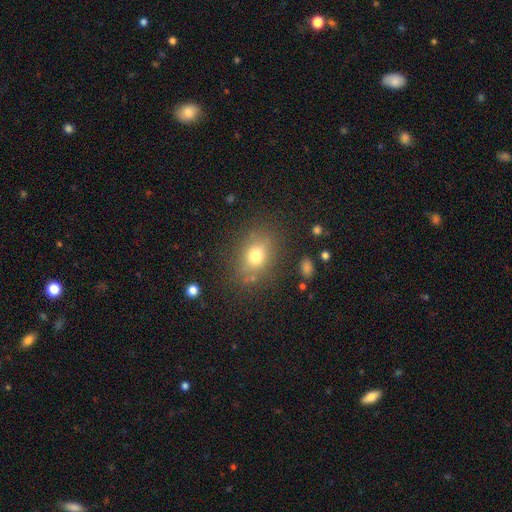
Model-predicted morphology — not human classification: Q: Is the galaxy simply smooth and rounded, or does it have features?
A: smooth — 74%.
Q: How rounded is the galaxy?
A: in between — 56%.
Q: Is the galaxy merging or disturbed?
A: none — 78%.